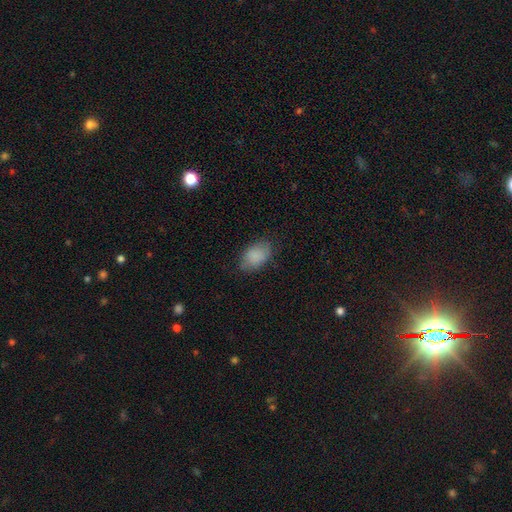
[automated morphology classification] A smooth galaxy with no disk features (86%) that is in between round and cigar-shaped (88%).

Vote fractions:
- Smooth or featured? smooth: 86% / star or artifact: 7% / featured or disk: 6%
- How rounded? in between: 88% / round: 11% / cigar-shaped: 1%
- Merging? none: 76% / minor disturbance: 18% / major disturbance: 5% / merger: 1%